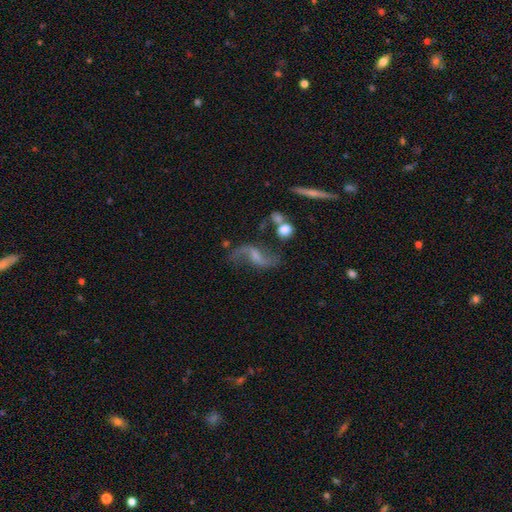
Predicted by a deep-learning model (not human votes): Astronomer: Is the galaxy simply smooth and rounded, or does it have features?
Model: featured or disk — 85%.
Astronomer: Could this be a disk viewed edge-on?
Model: no — 94%.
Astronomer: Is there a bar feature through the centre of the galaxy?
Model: weak — 45% (runner-up: no, 39%).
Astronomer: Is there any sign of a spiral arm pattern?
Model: yes — 95%.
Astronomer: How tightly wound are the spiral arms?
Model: loose — 84%.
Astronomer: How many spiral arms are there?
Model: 2 — 92%.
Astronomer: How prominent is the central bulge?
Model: small — 46% (runner-up: moderate, 31%).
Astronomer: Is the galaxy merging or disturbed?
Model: none — 69%.